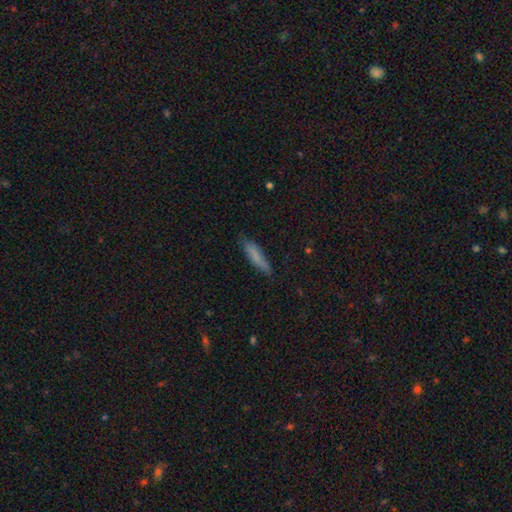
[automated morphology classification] type=smooth (75%); roundness=cigar-shaped (78%); merging=none (75%).